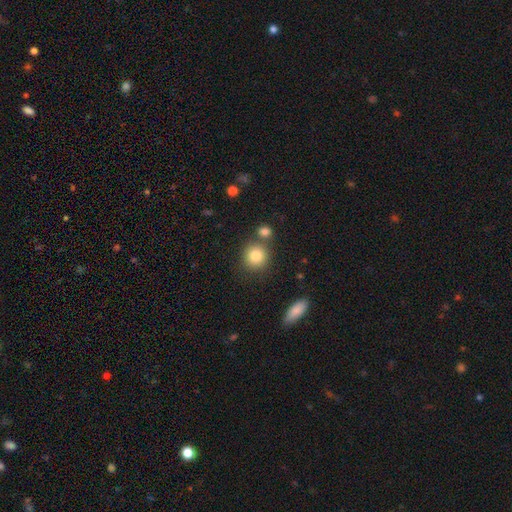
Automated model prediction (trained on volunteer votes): This is clearly a smooth galaxy (83%). How rounded: clearly round (88%). Merging: likely none (72%).